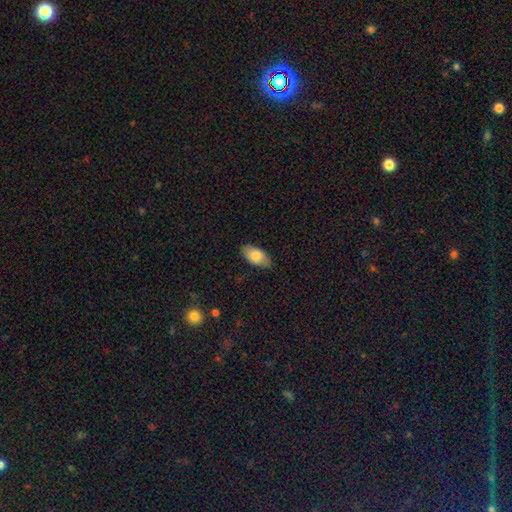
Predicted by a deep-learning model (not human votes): This is clearly a smooth galaxy (85%). How rounded: clearly in between (93%). Merging: clearly none (81%).